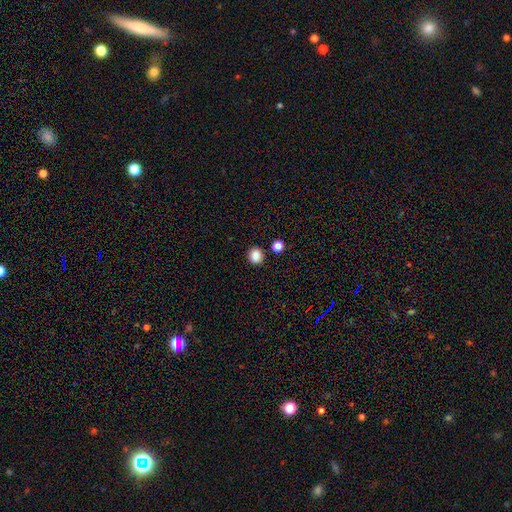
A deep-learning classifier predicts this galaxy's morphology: smooth-or-featured: smooth: 86% | star or artifact: 11% | featured or disk: 3%
  how-rounded: round: 80% | in between: 19% | cigar-shaped: 1%
  merging: none: 85% | minor disturbance: 8% | merger: 5% | major disturbance: 2%